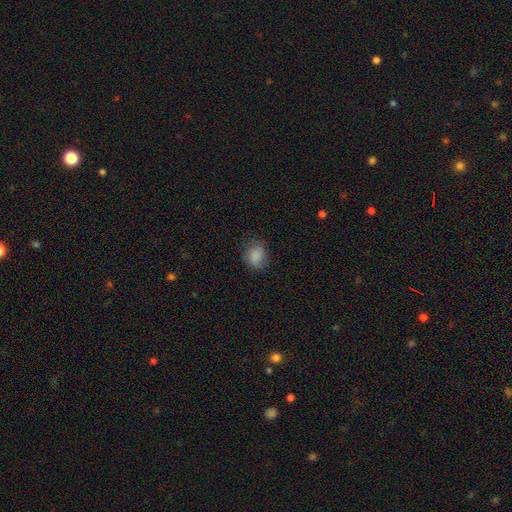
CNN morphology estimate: smooth_or_featured: smooth (p=0.83) [alt: star or artifact p=0.09]
how_rounded: round (p=0.50) [alt: in between p=0.49]
merging: none (p=0.67) [alt: minor disturbance p=0.23]